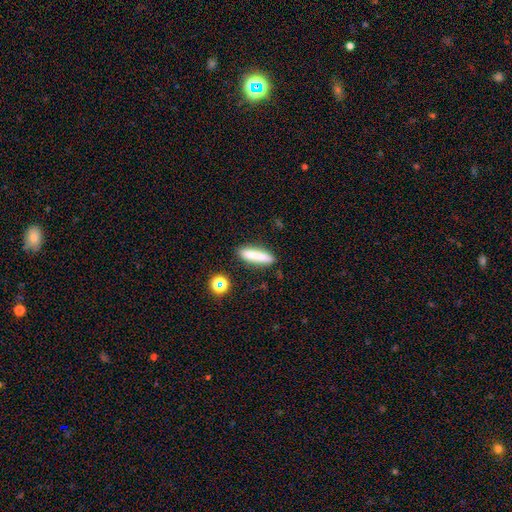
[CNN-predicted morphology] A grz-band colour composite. It shows a smooth galaxy with no disk features (78%) that is cigar-shaped (79%). Merging: none (84%).